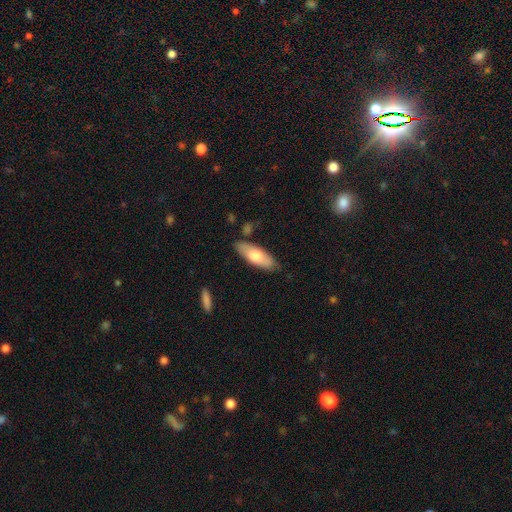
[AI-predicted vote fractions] A smooth galaxy with no disk features (68%) that is in between round and cigar-shaped (68%). Merging: none (81%).